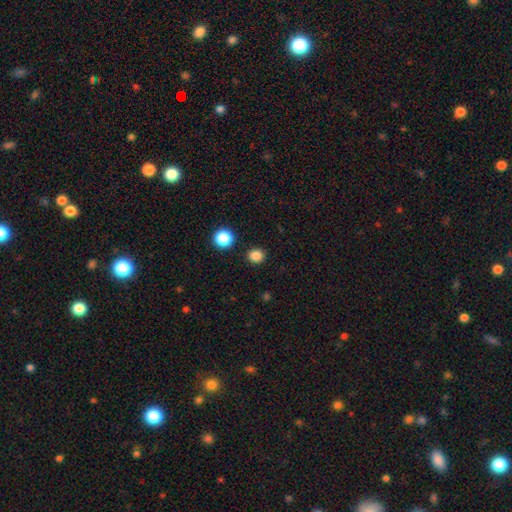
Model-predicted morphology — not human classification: smooth 84%, star or artifact 13%, featured or disk 3%. Down the decision tree: how rounded — round (84%); merging — none (90%).